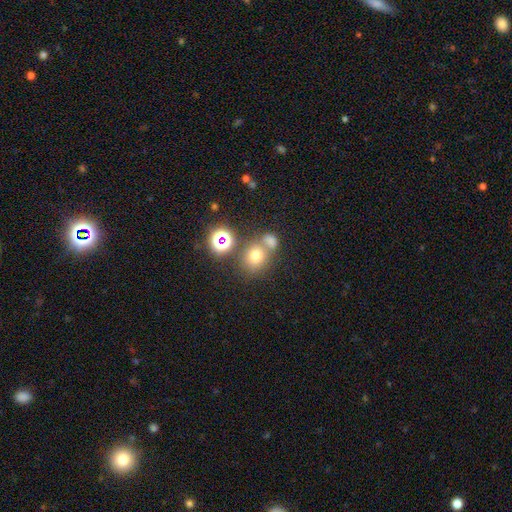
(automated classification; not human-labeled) A smooth galaxy with no disk features (68%) that is round (74%).

Vote fractions:
- Smooth or featured? smooth: 68% / star or artifact: 21% / featured or disk: 11%
- How rounded? round: 74% / in between: 25% / cigar-shaped: 1%
- Merging? none: 55% / merger: 31% / minor disturbance: 9% / major disturbance: 4%